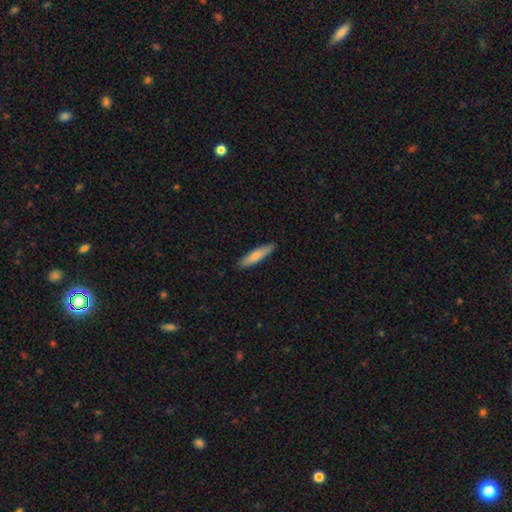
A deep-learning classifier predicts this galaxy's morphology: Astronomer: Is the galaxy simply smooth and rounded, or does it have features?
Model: smooth — 76%.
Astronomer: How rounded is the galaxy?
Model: cigar-shaped — 78%.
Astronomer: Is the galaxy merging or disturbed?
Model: none — 87%.